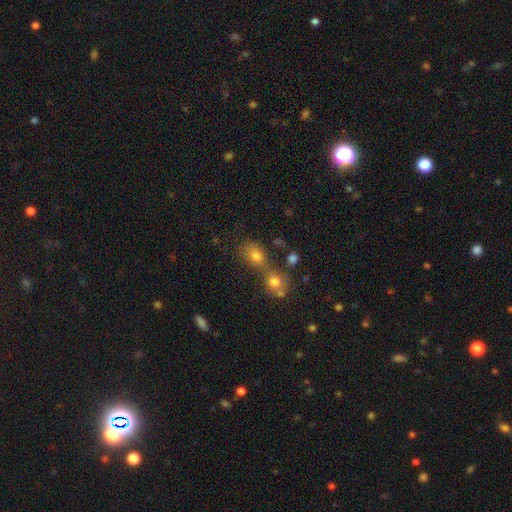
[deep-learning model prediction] Morphology: type=smooth (77%); roundness=in between (56%); merging=merger (44%).